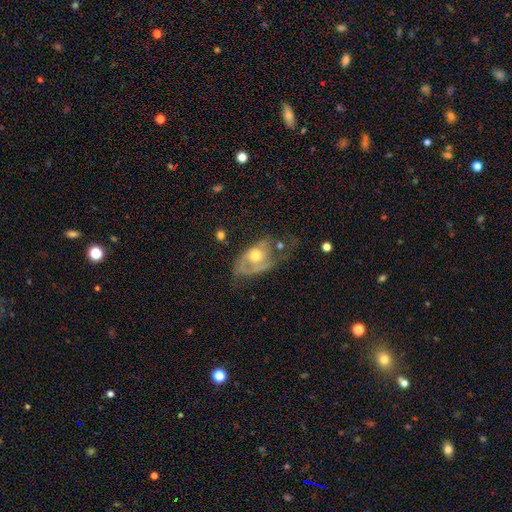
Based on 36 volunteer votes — This is clearly a featured or disk galaxy (83%). It is clearly not viewed edge-on (80%). Bar: likely no (79%). Spiral arm pattern: clearly yes (83%). Spiral arm count: possibly 1 (55%). Spiral winding: possibly medium (55%). Central bulge: likely moderate (71%). Merging: marginally major disturbance (40%).